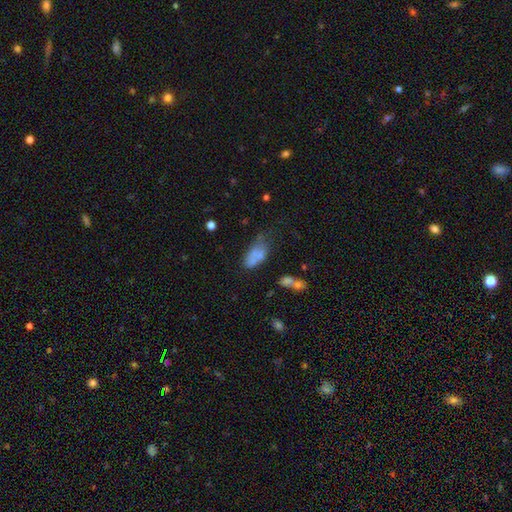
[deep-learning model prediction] The model was most divided on "merging": none: 29%, minor disturbance: 26%, merger: 23%, major disturbance: 22%. More confident: how rounded — in between (88%); smooth or featured — smooth (63%).